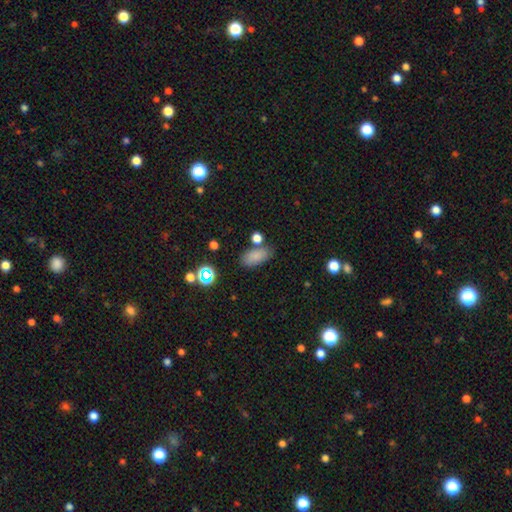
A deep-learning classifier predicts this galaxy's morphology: Smooth or featured? Predicted: smooth (p=0.81). How rounded? Predicted: in between (p=0.88). Merging? Predicted: none (p=0.70).